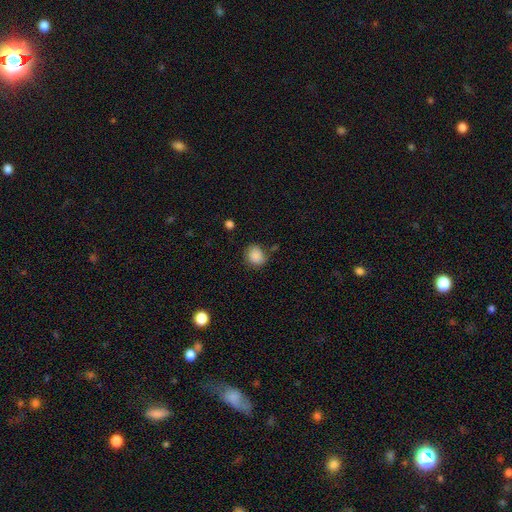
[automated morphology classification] The model was most divided on "how rounded": round: 74%, in between: 25%, cigar-shaped: 1%. More confident: smooth or featured — smooth (87%); merging — none (74%).